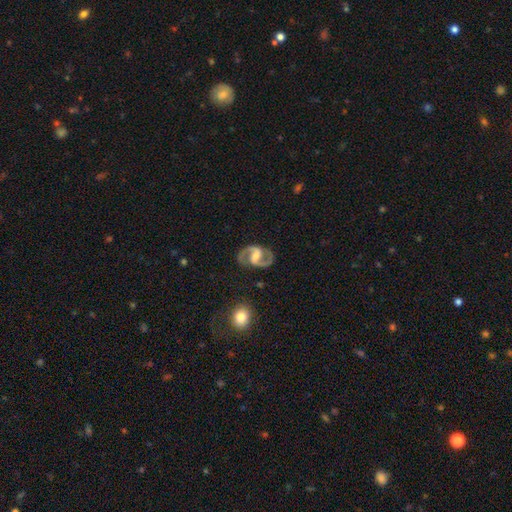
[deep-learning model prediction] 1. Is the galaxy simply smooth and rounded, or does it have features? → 91% featured or disk, 5% smooth, 4% star or artifact.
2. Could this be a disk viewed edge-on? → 98% no, 2% yes.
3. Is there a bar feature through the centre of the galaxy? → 44% weak, 39% strong, 17% no.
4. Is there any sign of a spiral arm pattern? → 97% yes, 3% no.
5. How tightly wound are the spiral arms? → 64% medium, 21% loose, 15% tight.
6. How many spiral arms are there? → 94% 2, 2% can't tell, 1% 1, 1% 3, 1% 4, 1% more than 4.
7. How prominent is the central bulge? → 42% moderate, 29% small, 16% none, 11% large, 2% dominant.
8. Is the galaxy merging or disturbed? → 83% none, 11% minor disturbance, 4% major disturbance, 2% merger.